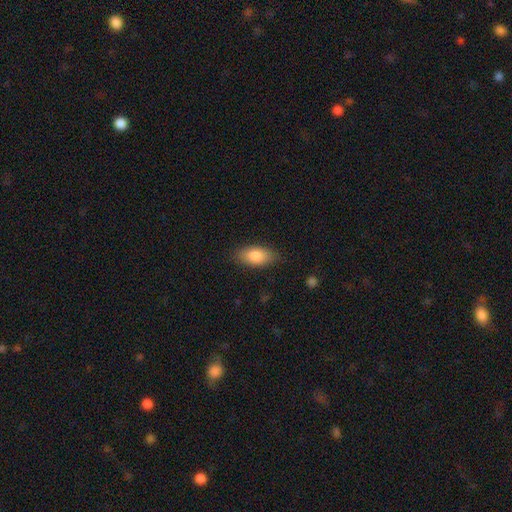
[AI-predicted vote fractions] The model was most divided on "merging": none: 82%, minor disturbance: 14%, major disturbance: 3%, merger: 1%. More confident: how rounded — in between (89%); smooth or featured — smooth (85%).